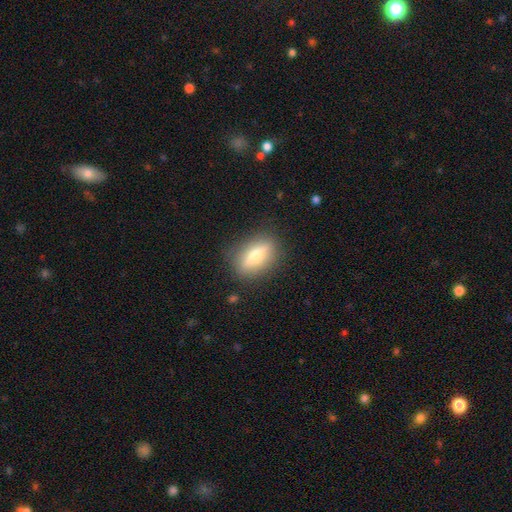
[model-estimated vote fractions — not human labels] A smooth galaxy with no disk features (49%). Merging: none (85%).